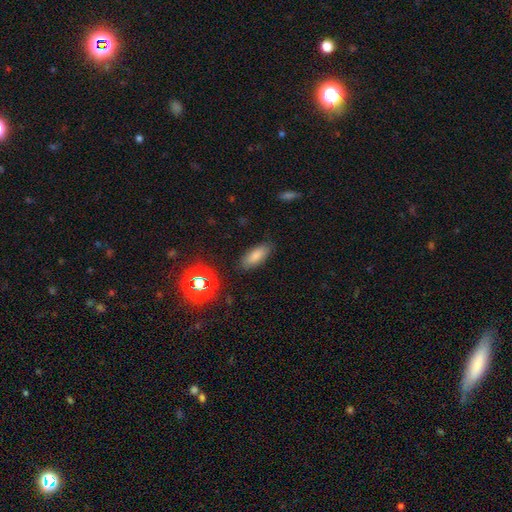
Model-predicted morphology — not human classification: Smooth or featured? smooth (80%)
How rounded? in between (79%)
Merging? none (85%)